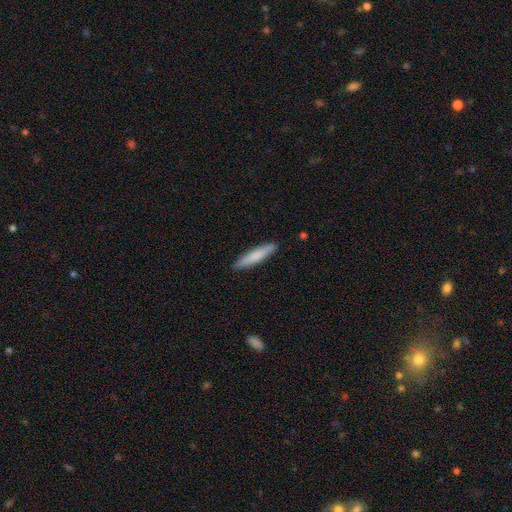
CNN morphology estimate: The model was most divided on "smooth or featured": smooth: 78%, featured or disk: 17%, star or artifact: 5%. More confident: merging — none (90%); how rounded — cigar-shaped (90%).